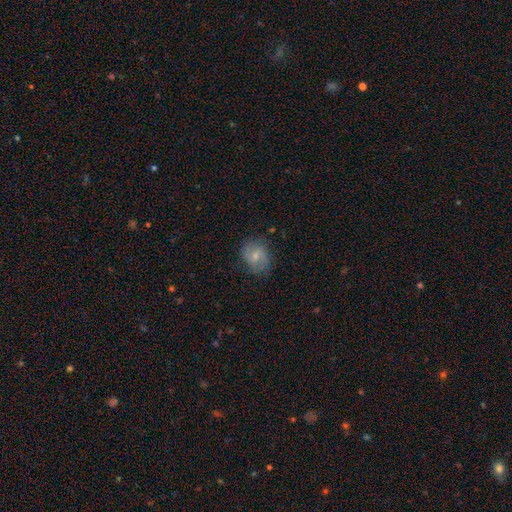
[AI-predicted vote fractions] The model was most divided on "how rounded": round: 51%, in between: 48%, cigar-shaped: 1%. More confident: merging — none (72%); smooth or featured — smooth (59%).